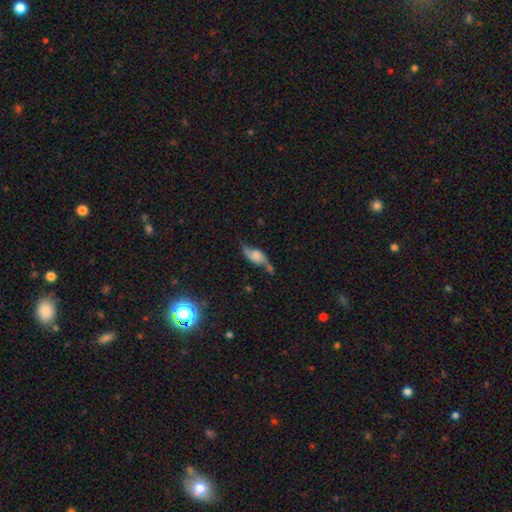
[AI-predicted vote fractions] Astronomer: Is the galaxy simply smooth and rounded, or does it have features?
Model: featured or disk — 61%.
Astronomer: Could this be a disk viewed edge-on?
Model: no — 79%.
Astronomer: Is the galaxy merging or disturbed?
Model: none — 47% (runner-up: minor disturbance, 25%).